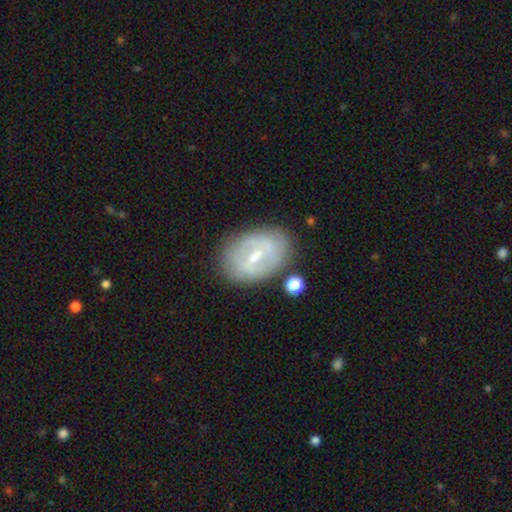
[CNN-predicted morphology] This is likely a featured or disk galaxy (70%). It is clearly not viewed edge-on (94%). Bar: possibly weak (47%). Spiral arm pattern: likely yes (62%). Central bulge: possibly small (53%). Merging: likely none (75%).